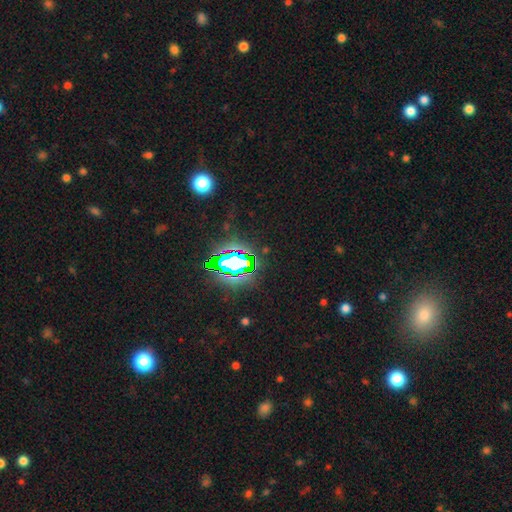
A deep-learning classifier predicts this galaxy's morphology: A star or artifact, not a galaxy (78%).